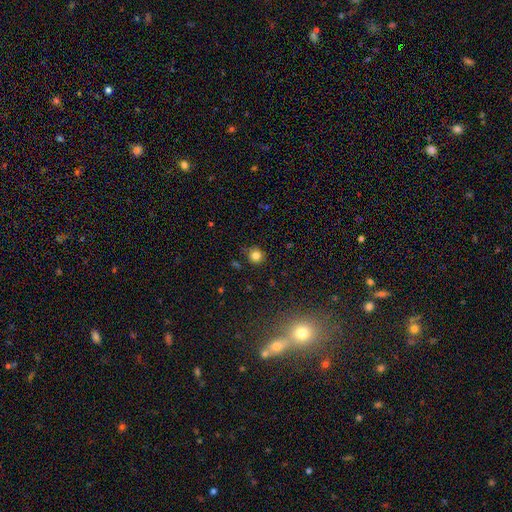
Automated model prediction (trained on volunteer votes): Smooth or featured? smooth (82%)
How rounded? round (91%)
Merging? none (80%)